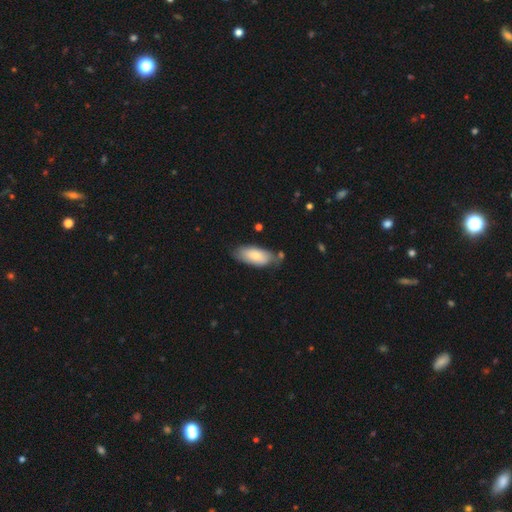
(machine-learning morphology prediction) Smooth or featured? smooth (76%)
How rounded? in between (86%)
Merging? none (66%)